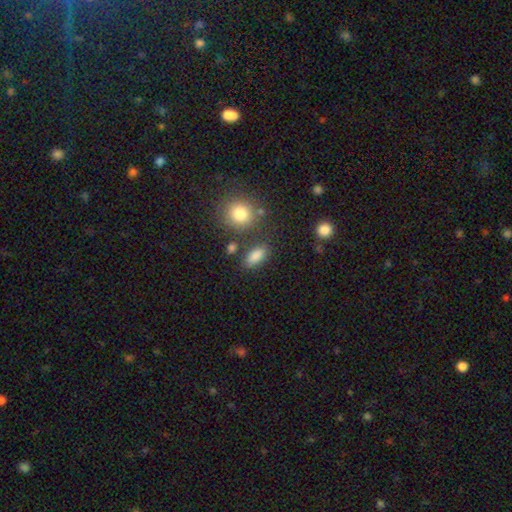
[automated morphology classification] The model was most divided on "merging": none: 78%, minor disturbance: 12%, merger: 6%, major disturbance: 4%. More confident: smooth or featured — smooth (85%); how rounded — in between (82%).